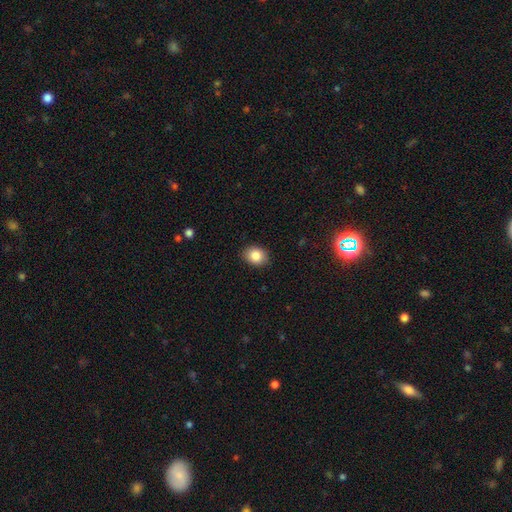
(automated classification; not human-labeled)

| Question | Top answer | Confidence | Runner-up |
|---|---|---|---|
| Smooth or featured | smooth | 85% | star or artifact (9%) |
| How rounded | in between | 51% | round (49%) |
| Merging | none | 88% | minor disturbance (9%) |